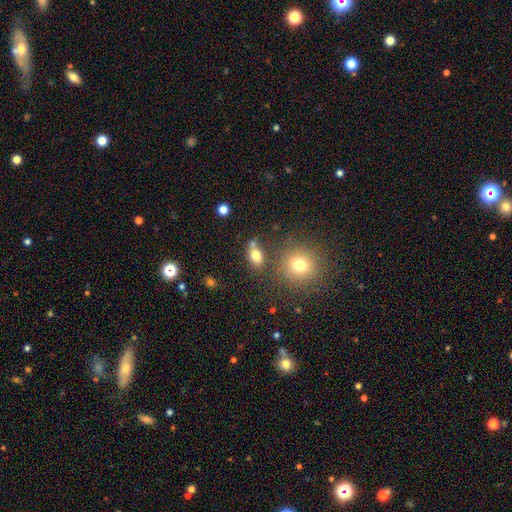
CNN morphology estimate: type=smooth (77%); roundness=in between (71%); merging=none (60%).